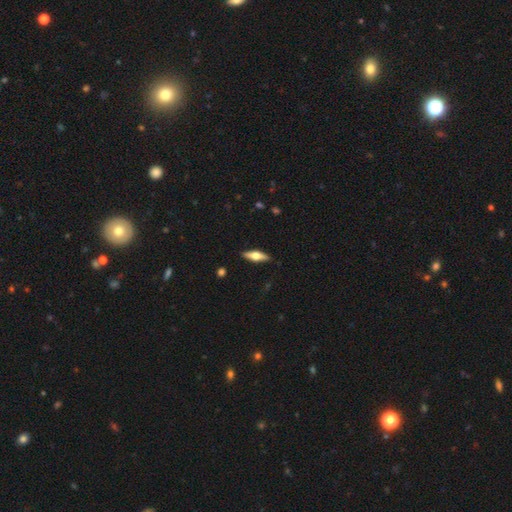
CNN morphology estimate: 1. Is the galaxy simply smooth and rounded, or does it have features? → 53% featured or disk, 41% smooth, 6% star or artifact.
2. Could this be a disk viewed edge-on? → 93% yes, 7% no.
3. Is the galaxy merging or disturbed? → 89% none, 8% minor disturbance, 2% major disturbance, 1% merger.